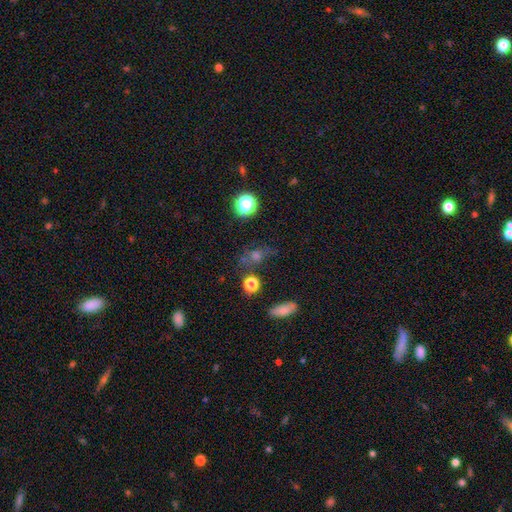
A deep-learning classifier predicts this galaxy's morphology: Smooth or featured: smooth — 44% (star or artifact — 34%)
Merging: none — 61% (minor disturbance — 18%)